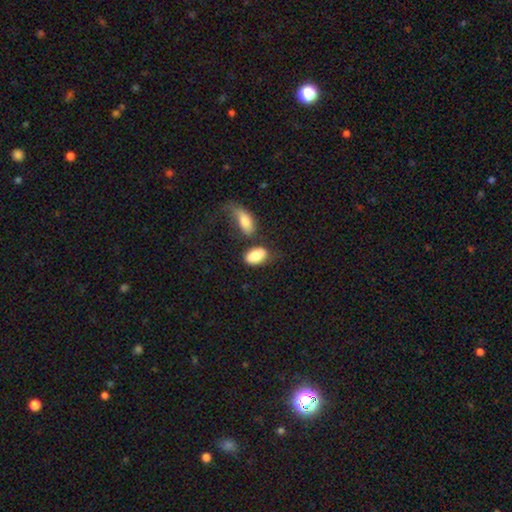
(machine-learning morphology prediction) Overall: smooth (85%). How rounded: in between (92%). Merging: none (49%; merger 24%).